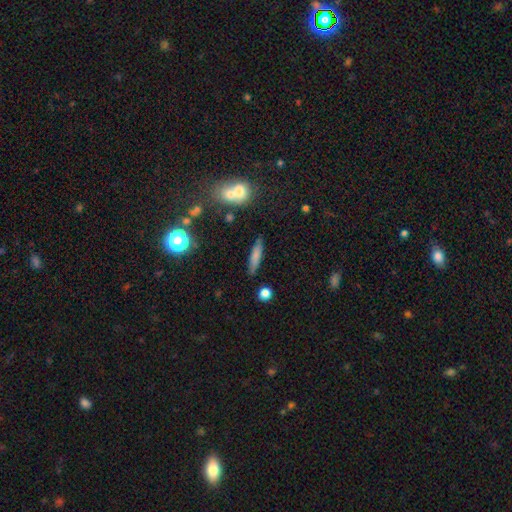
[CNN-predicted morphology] Overall: smooth (72%). How rounded: cigar-shaped (81%). Merging: none (83%).